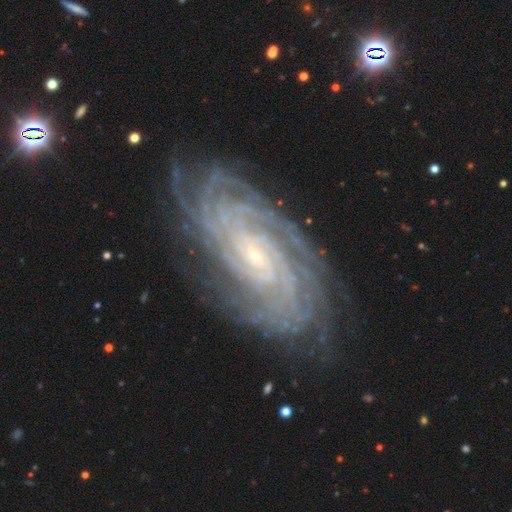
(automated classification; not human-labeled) A featured or disk galaxy (91%) with no bar (54%), more than 4 (32%) tight (85%) spiral arms (99%) and a small central bulge (80%).

Vote fractions:
- Smooth or featured? featured or disk: 91% / star or artifact: 5% / smooth: 4%
- Edge-on disk? no: 96% / yes: 4%
- Bar? no: 54% / weak: 31% / strong: 15%
- Spiral arms? yes: 99% / no: 1%
- Spiral winding? tight: 85% / medium: 13% / loose: 2%
- Spiral arm count? more than 4: 32% / 4: 21% / can't tell: 19% / 3: 11% / 2: 10% / 1: 8%
- Bulge size? small: 80% / moderate: 16% / none: 2% / large: 1% / dominant: 1%
- Merging? none: 81% / minor disturbance: 14% / major disturbance: 4% / merger: 1%